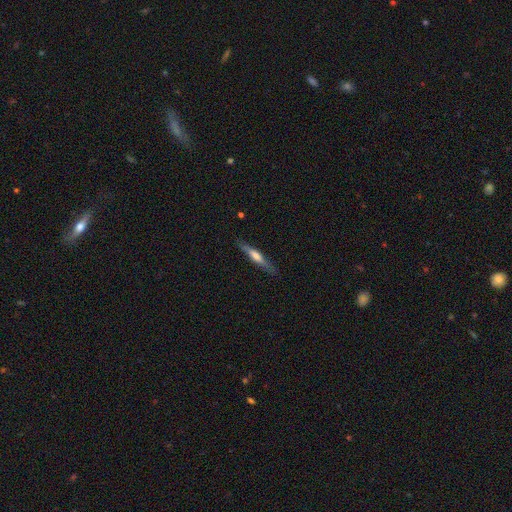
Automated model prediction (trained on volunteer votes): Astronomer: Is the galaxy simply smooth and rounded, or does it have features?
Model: featured or disk — 53% (runner-up: smooth, 41%).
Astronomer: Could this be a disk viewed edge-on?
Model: yes — 94%.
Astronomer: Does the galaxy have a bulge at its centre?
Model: rounded — 60%.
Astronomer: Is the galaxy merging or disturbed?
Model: none — 86%.